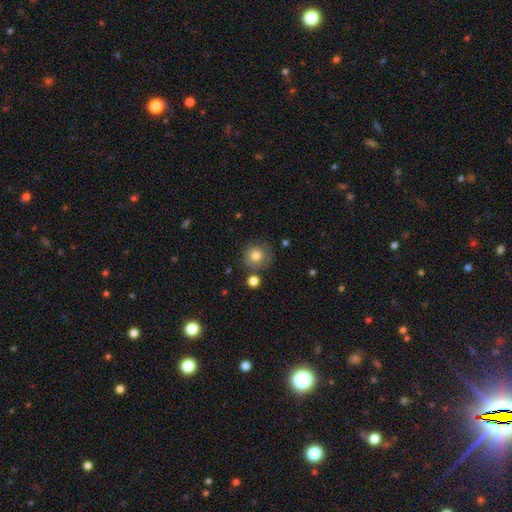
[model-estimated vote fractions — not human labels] A smooth galaxy with no disk features (79%) that is round (92%).

Vote fractions:
- Smooth or featured? smooth: 79% / star or artifact: 11% / featured or disk: 11%
- How rounded? round: 92% / in between: 7% / cigar-shaped: 1%
- Merging? none: 78% / minor disturbance: 12% / merger: 7% / major disturbance: 4%